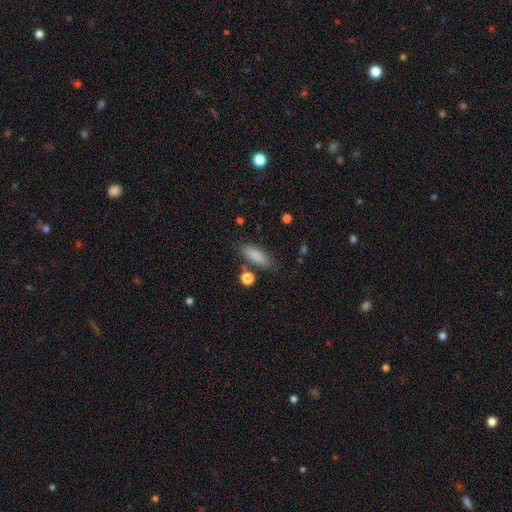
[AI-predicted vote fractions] This appears to be a smooth galaxy with no disk features (87%) that is in between round and cigar-shaped (64%). Merging: none (79%).